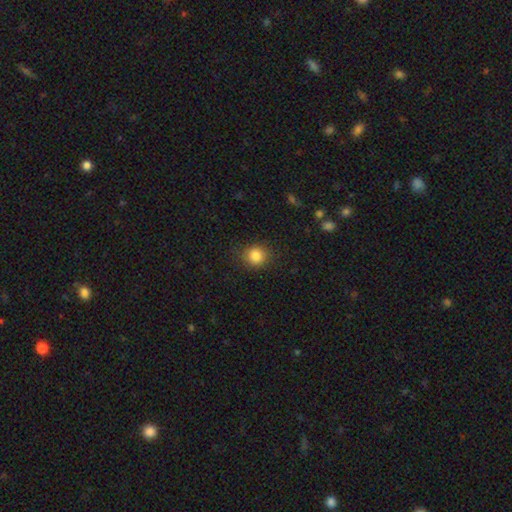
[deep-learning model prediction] Smooth or featured: smooth — 84% (star or artifact — 11%)
How rounded: round — 80% (in between — 19%)
Merging: none — 85% (minor disturbance — 11%)